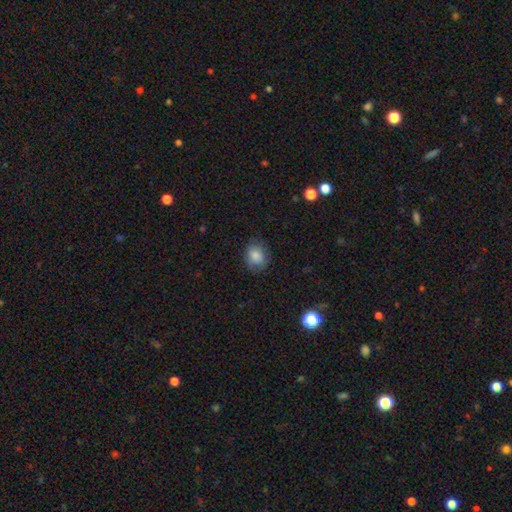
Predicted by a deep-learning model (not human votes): smooth_or_featured: smooth (p=0.82) [alt: featured or disk p=0.10]
how_rounded: round (p=0.54) [alt: in between p=0.45]
merging: none (p=0.73) [alt: minor disturbance p=0.20]